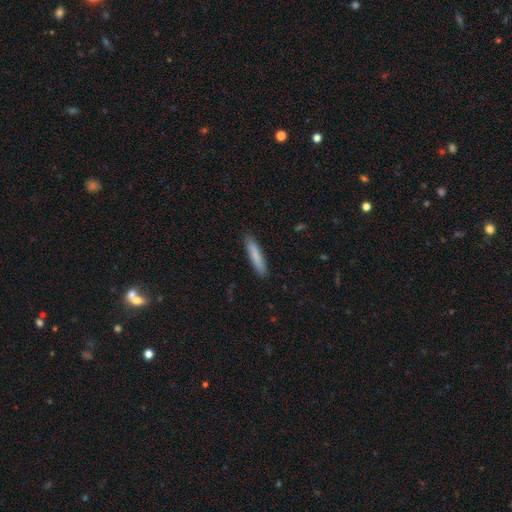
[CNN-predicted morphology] Smooth or featured?
  - smooth: 82% *
  - featured or disk: 13%
  - star or artifact: 6%
How rounded?
  - cigar-shaped: 90% *
  - in between: 9%
  - round: 1%
Merging?
  - none: 89% *
  - minor disturbance: 8%
  - major disturbance: 2%
  - merger: 1%